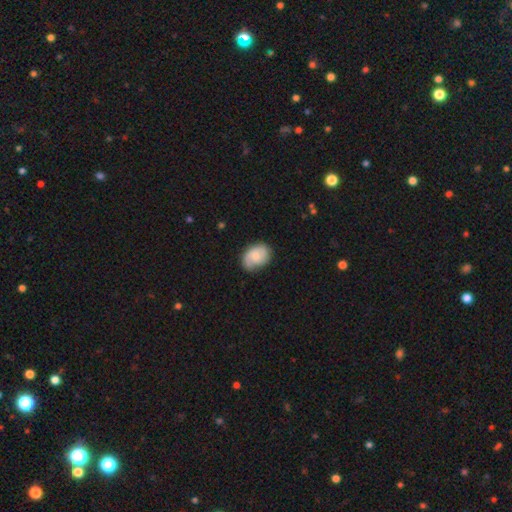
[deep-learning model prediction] A featured or disk galaxy (48%). Merging: none (67%).